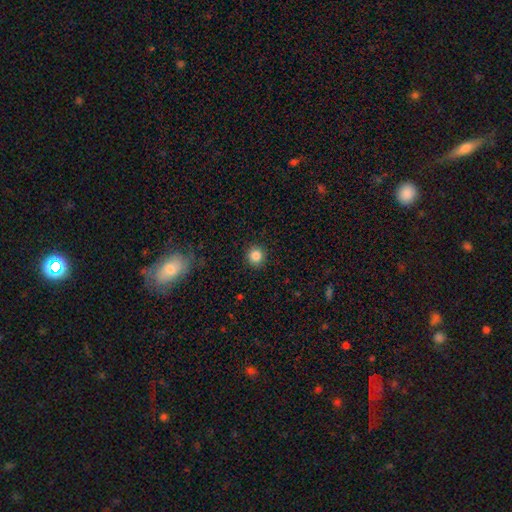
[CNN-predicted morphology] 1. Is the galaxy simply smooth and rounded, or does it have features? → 85% smooth, 11% star or artifact, 4% featured or disk.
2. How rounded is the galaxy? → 93% round, 6% in between, 1% cigar-shaped.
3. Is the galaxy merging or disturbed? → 91% none, 6% minor disturbance, 2% major disturbance, 1% merger.